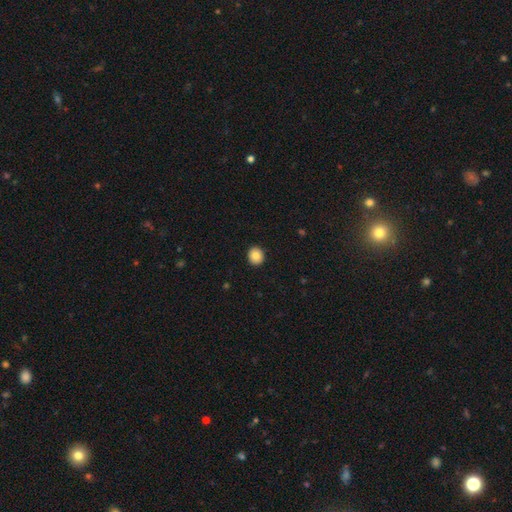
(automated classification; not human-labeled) The model was most divided on "how rounded": round: 82%, in between: 17%, cigar-shaped: 1%. More confident: merging — none (92%); smooth or featured — smooth (84%).